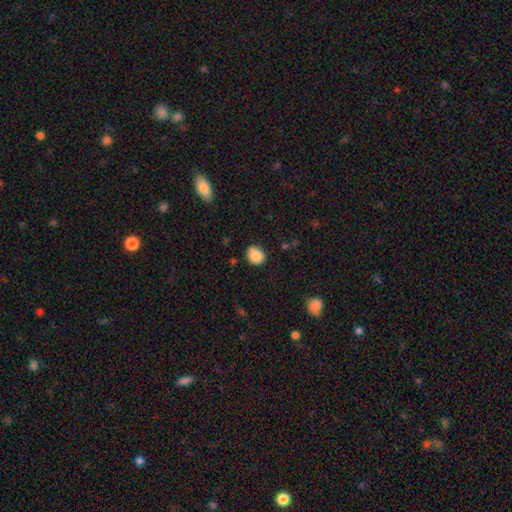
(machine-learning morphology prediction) The model was most divided on "how rounded": round: 58%, in between: 41%, cigar-shaped: 1%. More confident: smooth or featured — smooth (85%); merging — none (69%).